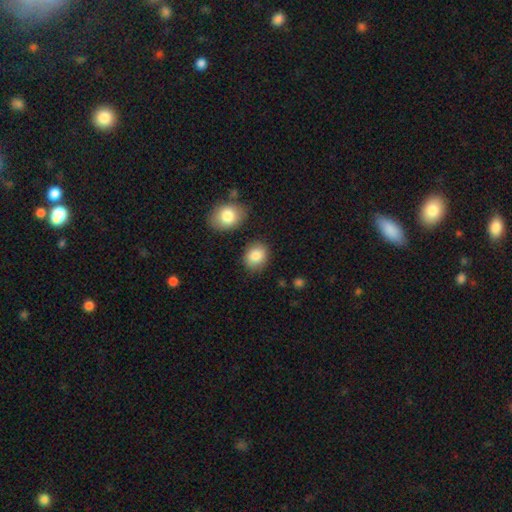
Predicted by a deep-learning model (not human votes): smooth-or-featured: smooth: 85% | star or artifact: 7% | featured or disk: 7%
  how-rounded: round: 57% | in between: 42% | cigar-shaped: 1%
  merging: none: 82% | minor disturbance: 11% | merger: 4% | major disturbance: 3%